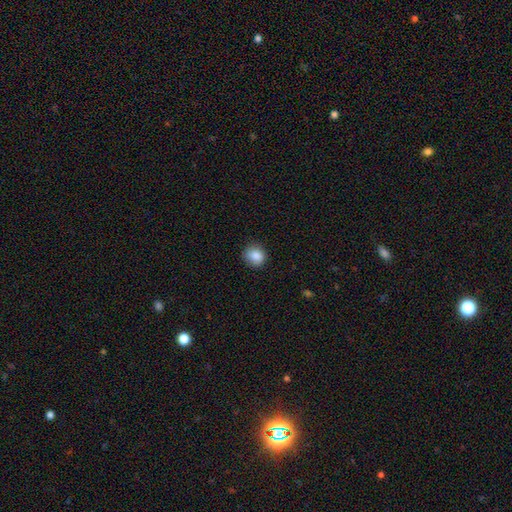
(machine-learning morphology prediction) Smooth or featured: smooth — 87% (star or artifact — 9%)
How rounded: round — 80% (in between — 19%)
Merging: none — 84% (minor disturbance — 12%)